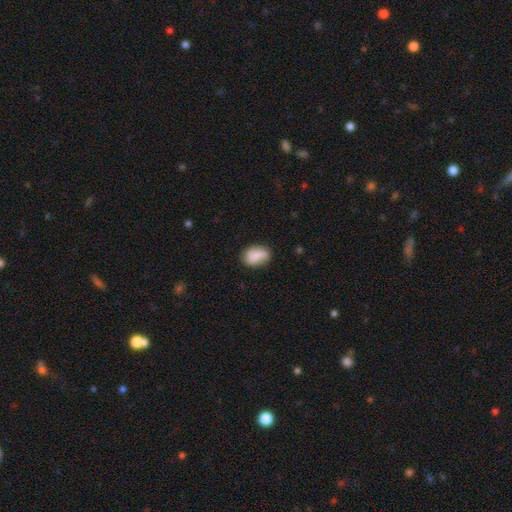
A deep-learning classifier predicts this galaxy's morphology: type=smooth (82%); roundness=in between (79%); merging=none (67%).